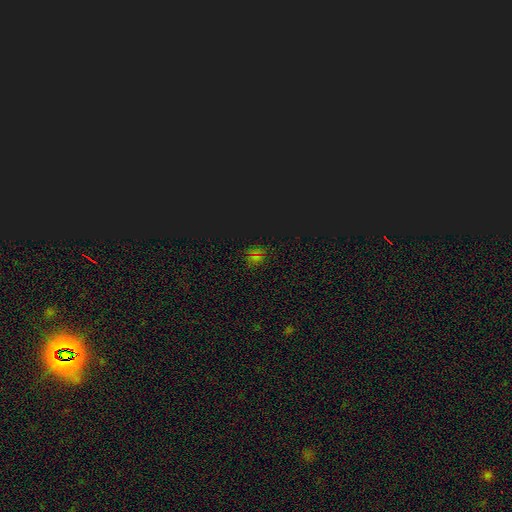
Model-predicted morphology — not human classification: smooth_or_featured: star or artifact (p=0.63) [alt: smooth p=0.31]